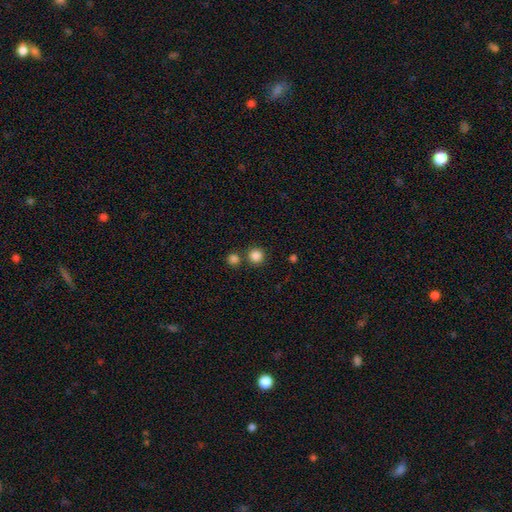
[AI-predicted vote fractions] This appears to be a smooth galaxy with no disk features (84%) that is round (94%). Merging: none (77%).